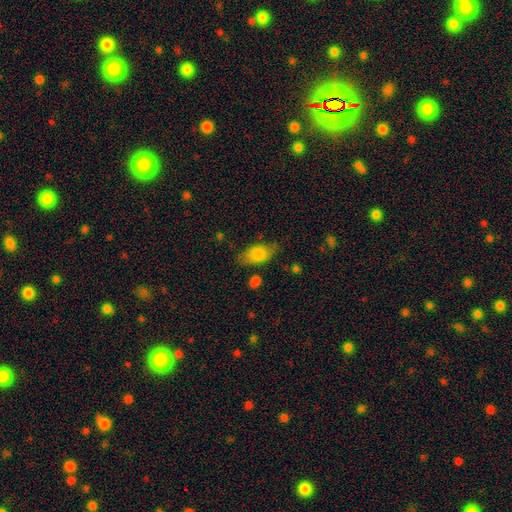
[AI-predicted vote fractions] This appears to be a smooth galaxy with no disk features (75%) that is in between round and cigar-shaped (86%). Merging: none (69%).